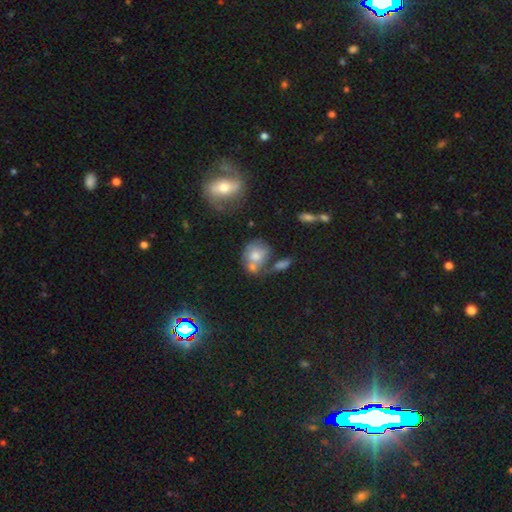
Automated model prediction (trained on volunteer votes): Smooth or featured? smooth (59%)
How rounded? round (62%)
Merging? none (38%)